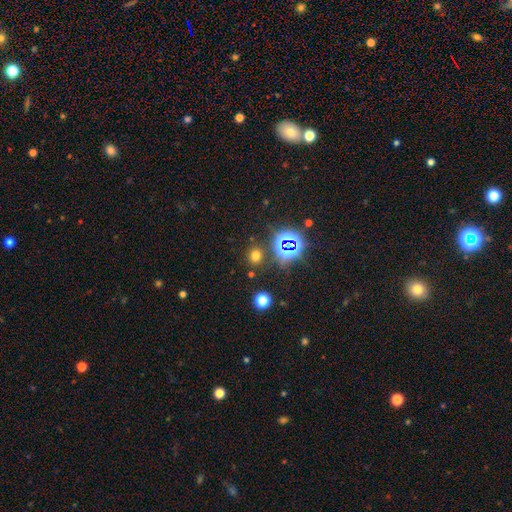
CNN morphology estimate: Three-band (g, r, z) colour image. It shows a smooth galaxy with no disk features (62%) that is round (82%). Merging: none (84%).